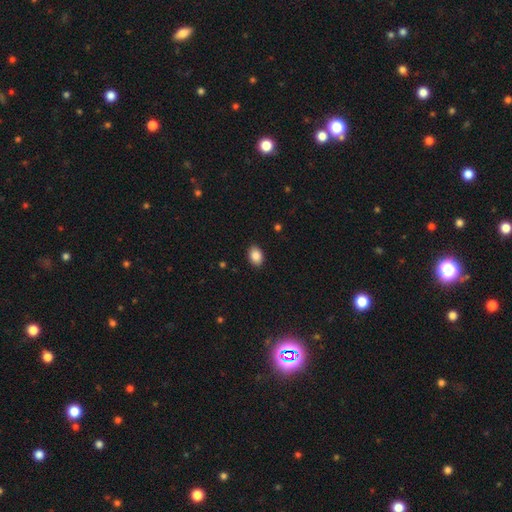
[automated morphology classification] Q: Smooth or featured?
A: smooth (88%); runner-up: star or artifact (8%)
Q: How rounded?
A: in between (77%); runner-up: round (22%)
Q: Merging?
A: none (89%); runner-up: minor disturbance (8%)